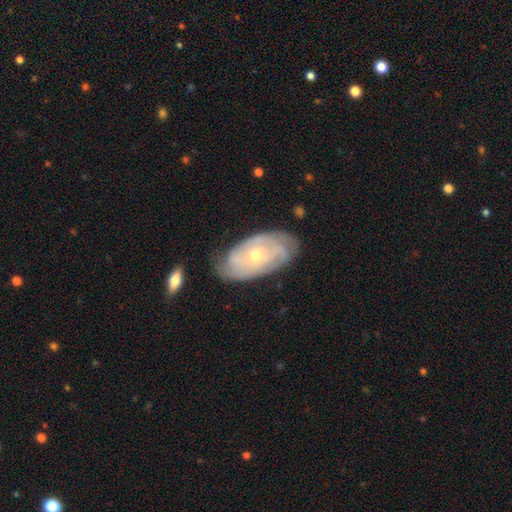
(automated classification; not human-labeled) featured or disk 76%, smooth 18%, star or artifact 6%. Down the decision tree: edge-on disk — no (94%); bar — no (76%); spiral arms — yes (88%); spiral arm count — can't tell (44%); spiral winding — tight (67%); bulge size — small (63%); merging — none (72%).